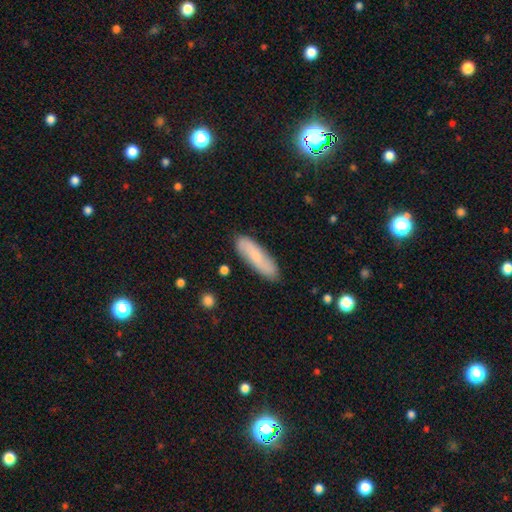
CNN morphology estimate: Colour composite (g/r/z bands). It shows a smooth galaxy with no disk features (65%) that is cigar-shaped (60%). Merging: none (85%).